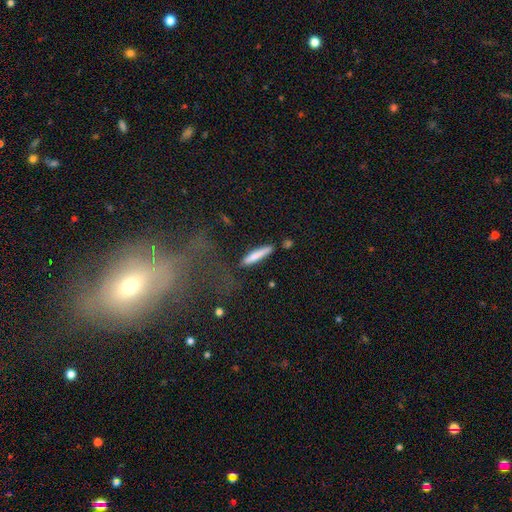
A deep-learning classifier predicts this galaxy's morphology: Smooth or featured?
  - smooth: 76% *
  - featured or disk: 18%
  - star or artifact: 6%
How rounded?
  - cigar-shaped: 91% *
  - in between: 8%
  - round: 1%
Merging?
  - none: 79% *
  - minor disturbance: 13%
  - merger: 4%
  - major disturbance: 4%